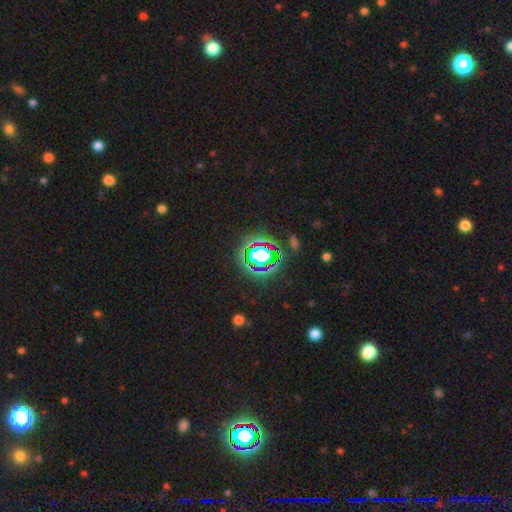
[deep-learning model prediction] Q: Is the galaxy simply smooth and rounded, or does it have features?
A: star or artifact — 71%.